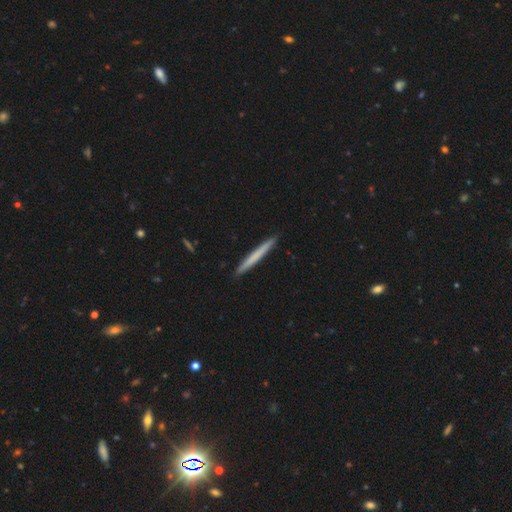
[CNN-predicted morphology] Smooth or featured? Predicted: smooth (p=0.62). How rounded? Predicted: cigar-shaped (p=0.97). Merging? Predicted: none (p=0.93).